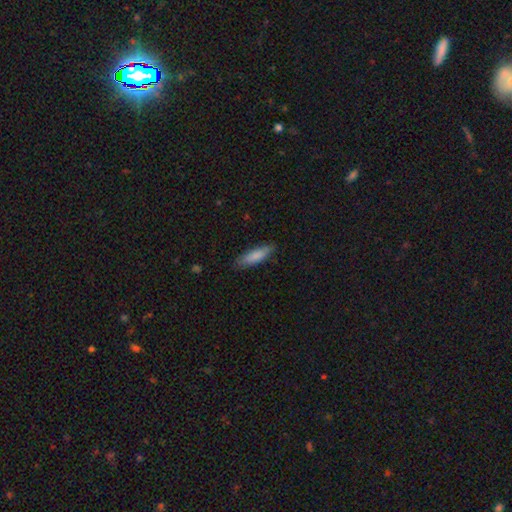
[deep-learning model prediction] smooth_or_featured: smooth (p=0.84) [alt: featured or disk p=0.11]
how_rounded: cigar-shaped (p=0.59) [alt: in between p=0.40]
merging: none (p=0.82) [alt: minor disturbance p=0.14]